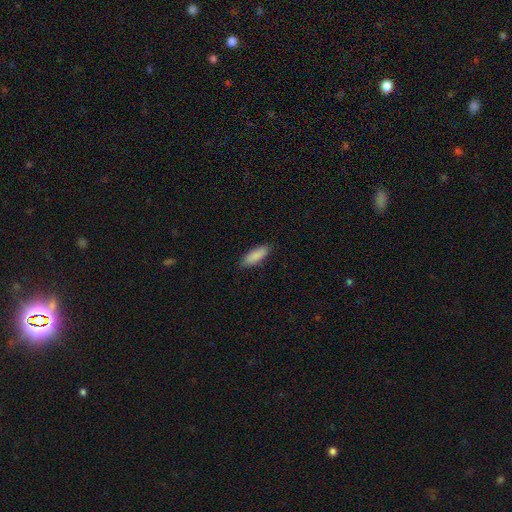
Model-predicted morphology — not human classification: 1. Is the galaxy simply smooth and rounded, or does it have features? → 89% smooth, 6% star or artifact, 6% featured or disk.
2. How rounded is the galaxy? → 59% in between, 39% cigar-shaped, 2% round.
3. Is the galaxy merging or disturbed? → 86% none, 11% minor disturbance, 2% major disturbance, 1% merger.